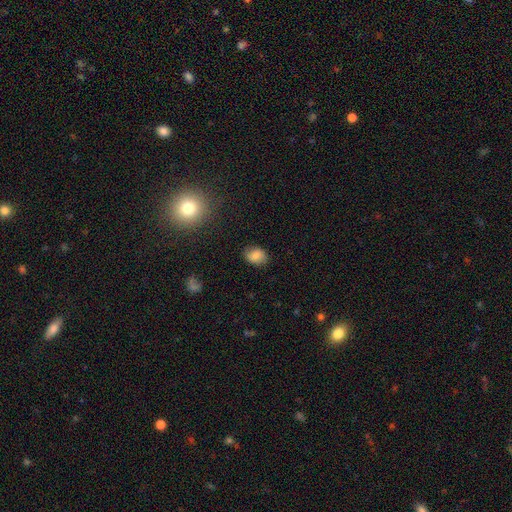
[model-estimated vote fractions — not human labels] Smooth or featured? Predicted: smooth (p=0.81). How rounded? Predicted: in between (p=0.68). Merging? Predicted: none (p=0.82).